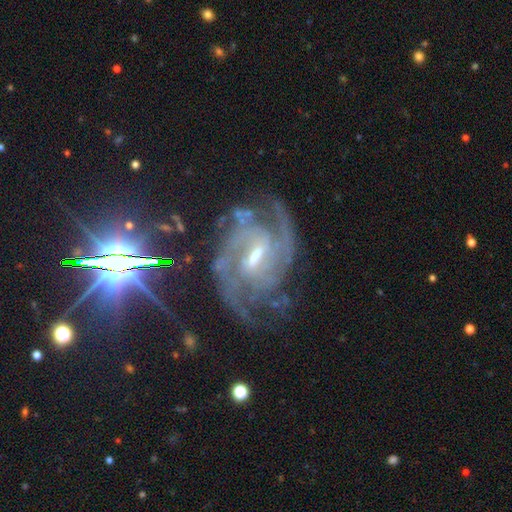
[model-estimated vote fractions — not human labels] Overall: featured or disk (90%). Edge-on disk: no (97%). Bar: weak (56%; strong 27%). Spiral arms: yes (98%). Spiral arm count: 2 (40%; 3 22%). Spiral winding: tight (46%; medium 44%). Bulge size: small (47%; moderate 46%). Merging: none (67%).